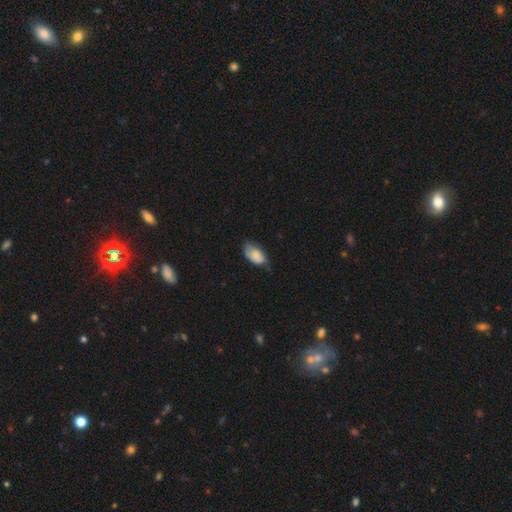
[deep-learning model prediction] Overall: smooth (77%). How rounded: in between (93%). Merging: none (49%; minor disturbance 40%).